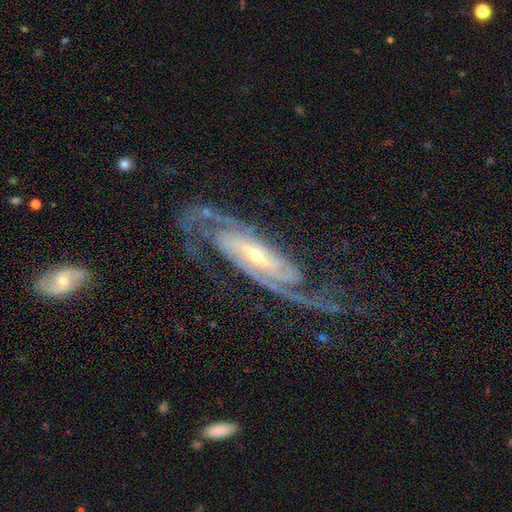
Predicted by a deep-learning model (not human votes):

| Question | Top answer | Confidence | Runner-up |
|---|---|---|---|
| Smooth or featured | featured or disk | 92% | star or artifact (4%) |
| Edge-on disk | no | 93% | yes (7%) |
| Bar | weak | 35% | strong (34%) |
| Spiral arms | yes | 98% | no (2%) |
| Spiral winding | tight | 44% | tied: medium (44%) |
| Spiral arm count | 2 | 78% | 3 (8%) |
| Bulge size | small | 58% | moderate (37%) |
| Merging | none | 72% | minor disturbance (15%) |